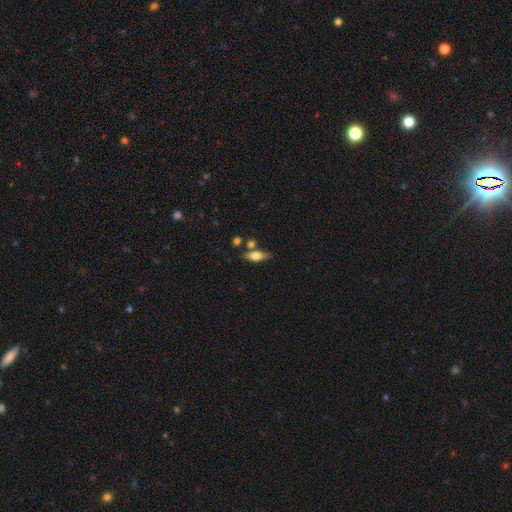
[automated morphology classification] A smooth galaxy with no disk features (52%) that is in between round and cigar-shaped (60%).

Vote fractions:
- Smooth or featured? smooth: 52% / featured or disk: 41% / star or artifact: 8%
- How rounded? in between: 60% / cigar-shaped: 35% / round: 5%
- Merging? none: 69% / minor disturbance: 14% / merger: 13% / major disturbance: 4%